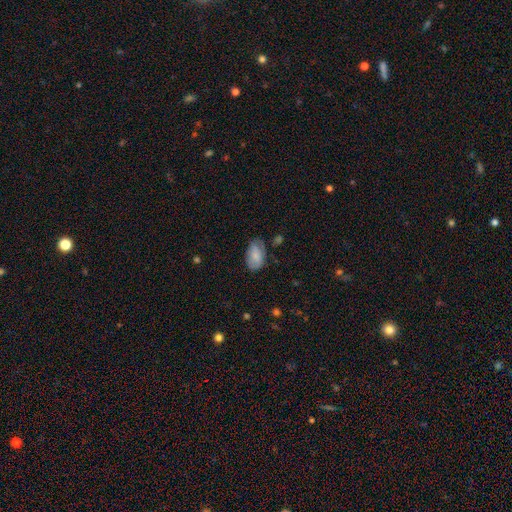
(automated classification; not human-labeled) The model was most divided on "merging": none: 60%, minor disturbance: 29%, major disturbance: 8%, merger: 3%. More confident: how rounded — in between (93%); smooth or featured — smooth (78%).